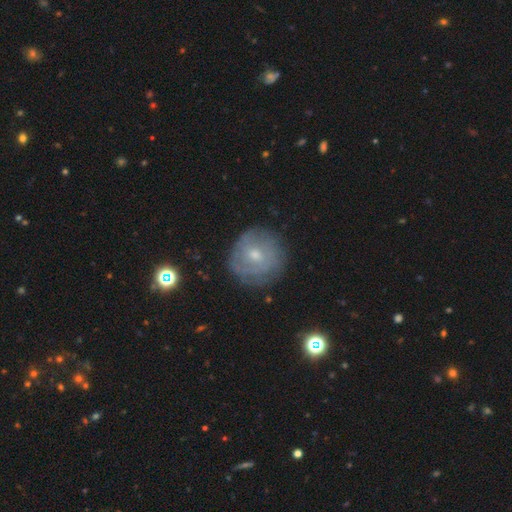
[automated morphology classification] type=featured or disk (56%); edge-on=no (97%); bar=no (60%); spiral arms=yes (68%); bulge=small (53%); merging=none (76%).